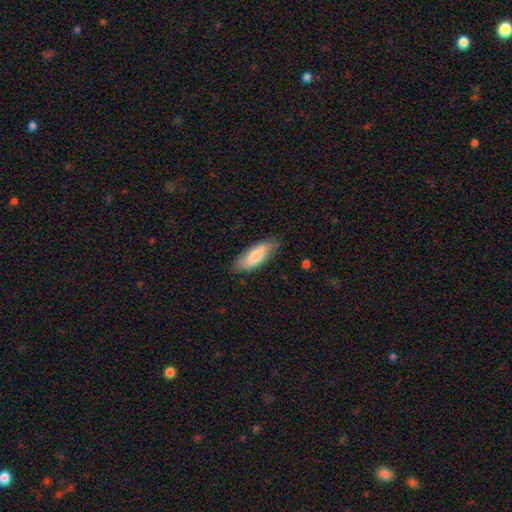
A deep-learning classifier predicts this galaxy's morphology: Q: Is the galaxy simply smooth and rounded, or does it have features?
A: smooth — 74%.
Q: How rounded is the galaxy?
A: in between — 68%.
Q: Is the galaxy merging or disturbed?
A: none — 81%.